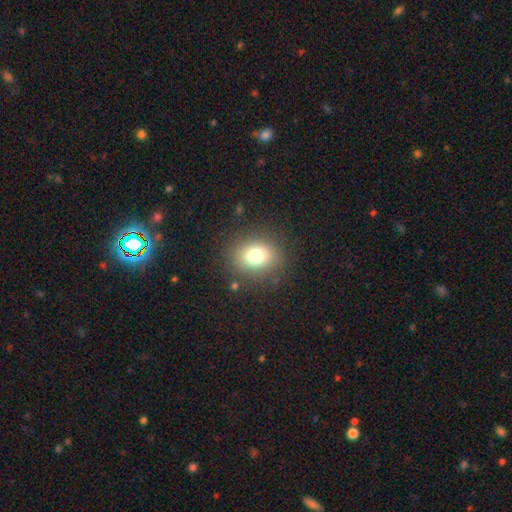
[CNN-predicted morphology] A smooth galaxy with no disk features (76%) that is round (60%).

Vote fractions:
- Smooth or featured? smooth: 76% / star or artifact: 13% / featured or disk: 11%
- How rounded? round: 60% / in between: 39% / cigar-shaped: 1%
- Merging? none: 85% / minor disturbance: 9% / major disturbance: 4% / merger: 2%